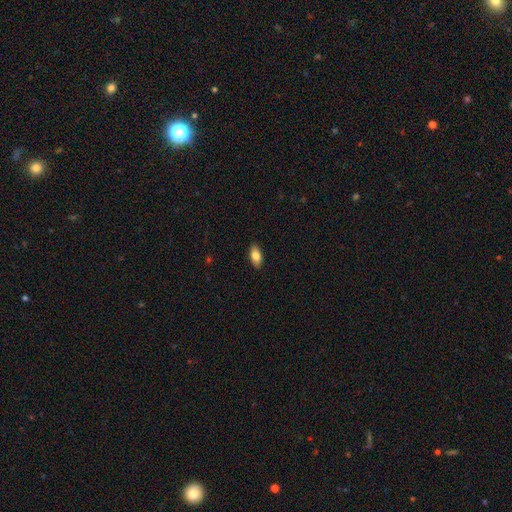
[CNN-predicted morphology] smooth_or_featured: smooth (p=0.82) [alt: featured or disk p=0.11]
how_rounded: in between (p=0.90) [alt: cigar-shaped p=0.07]
merging: none (p=0.89) [alt: minor disturbance p=0.08]